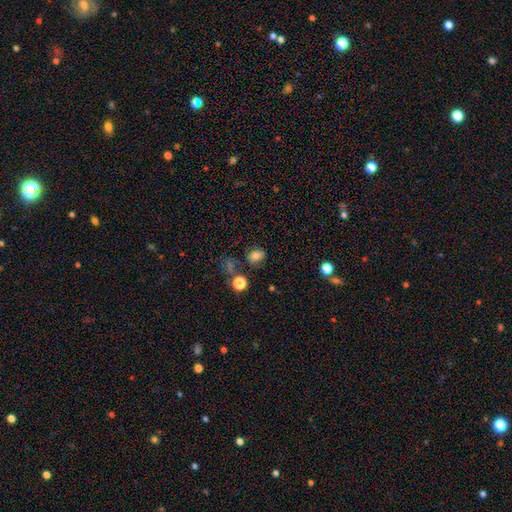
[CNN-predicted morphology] Smooth or featured? Predicted: smooth (p=0.72). How rounded? Predicted: in between (p=0.62). Merging? Predicted: none (p=0.70).